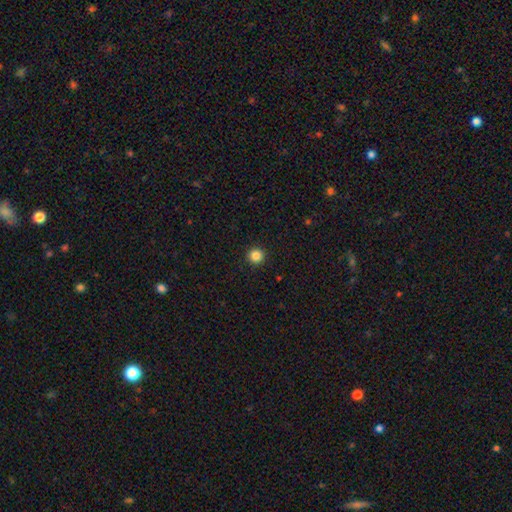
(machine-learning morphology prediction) smooth_or_featured: smooth (p=0.85) [alt: star or artifact p=0.11]
how_rounded: round (p=0.95) [alt: in between p=0.04]
merging: none (p=0.93) [alt: minor disturbance p=0.04]